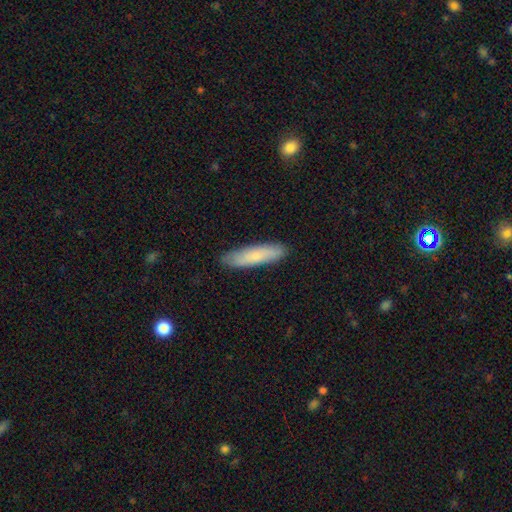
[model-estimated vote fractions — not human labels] A smooth galaxy with no disk features (74%) that is cigar-shaped (77%).

Vote fractions:
- Smooth or featured? smooth: 74% / featured or disk: 20% / star or artifact: 6%
- How rounded? cigar-shaped: 77% / in between: 21% / round: 1%
- Merging? none: 87% / minor disturbance: 10% / major disturbance: 2% / merger: 1%